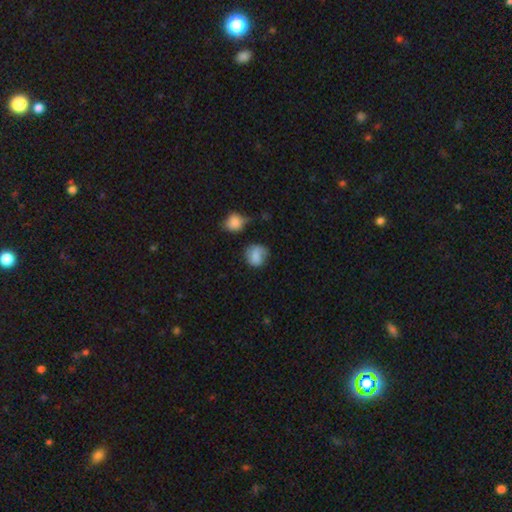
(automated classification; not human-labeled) smooth-or-featured: smooth: 72% | featured or disk: 19% | star or artifact: 9%
  how-rounded: round: 75% | in between: 24% | cigar-shaped: 1%
  merging: none: 56% | minor disturbance: 28% | major disturbance: 11% | merger: 5%